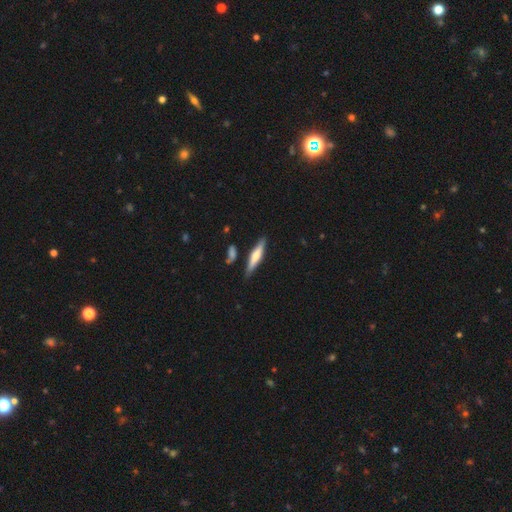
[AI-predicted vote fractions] The model was most divided on "smooth or featured": smooth: 50%, featured or disk: 45%, star or artifact: 6%. More confident: merging — none (82%).